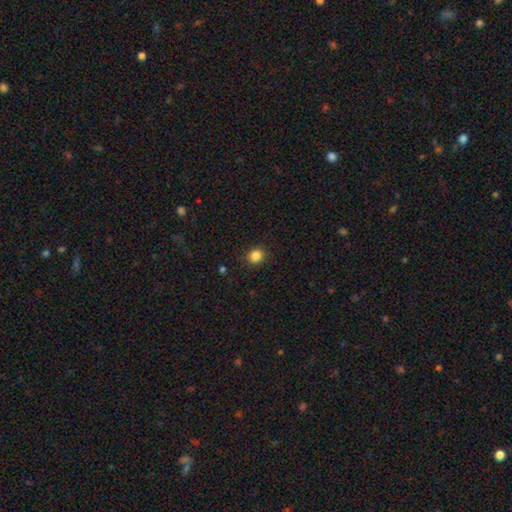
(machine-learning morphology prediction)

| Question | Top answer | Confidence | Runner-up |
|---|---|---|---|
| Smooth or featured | smooth | 85% | star or artifact (11%) |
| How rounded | round | 86% | in between (13%) |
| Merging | none | 89% | minor disturbance (7%) |